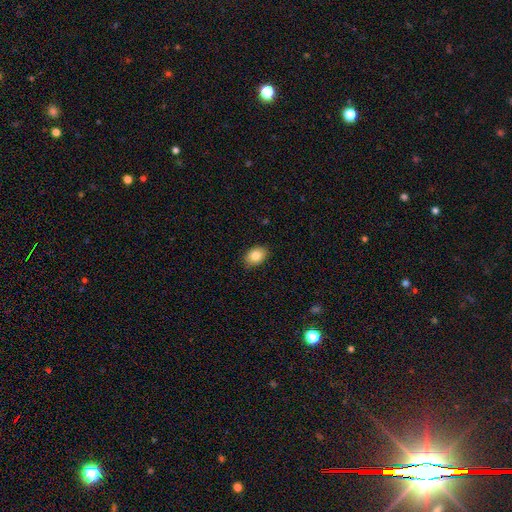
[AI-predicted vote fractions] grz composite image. It shows a smooth galaxy with no disk features (85%) that is in between round and cigar-shaped (77%). Merging: none (88%).